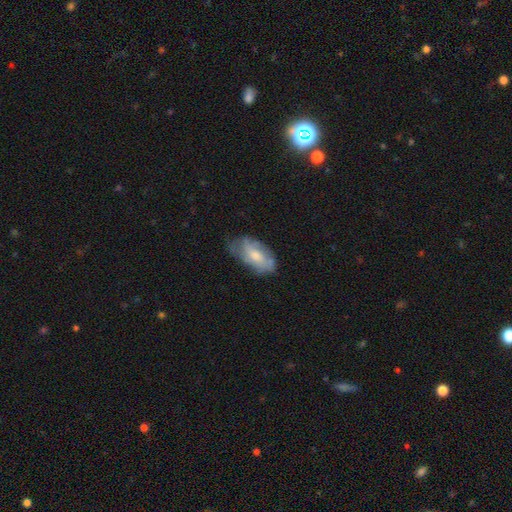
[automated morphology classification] A smooth galaxy with no disk features (49%).

Vote fractions:
- Smooth or featured? smooth: 49% / featured or disk: 44% / star or artifact: 7%
- Merging? none: 51% / minor disturbance: 33% / major disturbance: 14% / merger: 2%